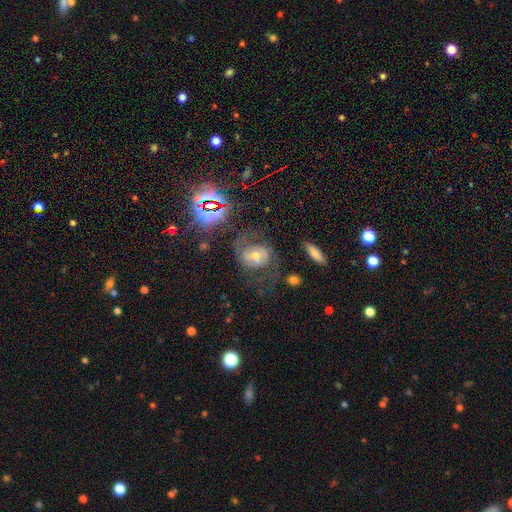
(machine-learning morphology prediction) Q: Smooth or featured?
A: featured or disk (62%); runner-up: star or artifact (20%)
Q: Edge-on disk?
A: no (95%); runner-up: yes (5%)
Q: Bar?
A: no (43%); runner-up: weak (36%)
Q: Spiral arms?
A: yes (80%); runner-up: no (20%)
Q: Bulge size?
A: moderate (55%); runner-up: small (36%)
Q: Merging?
A: none (56%); runner-up: major disturbance (22%)